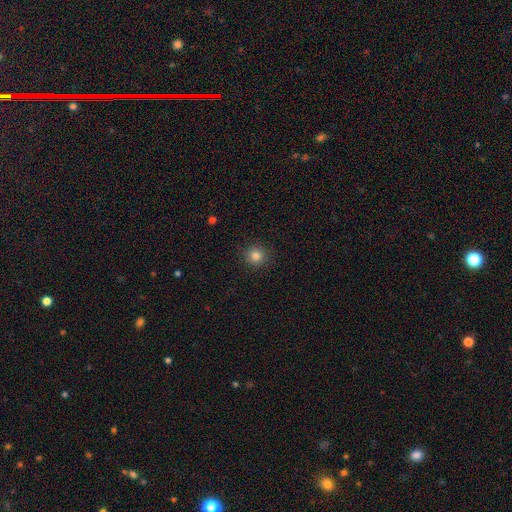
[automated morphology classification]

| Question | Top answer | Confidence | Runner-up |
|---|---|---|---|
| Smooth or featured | smooth | 84% | star or artifact (12%) |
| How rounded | round | 92% | in between (7%) |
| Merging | none | 91% | minor disturbance (6%) |